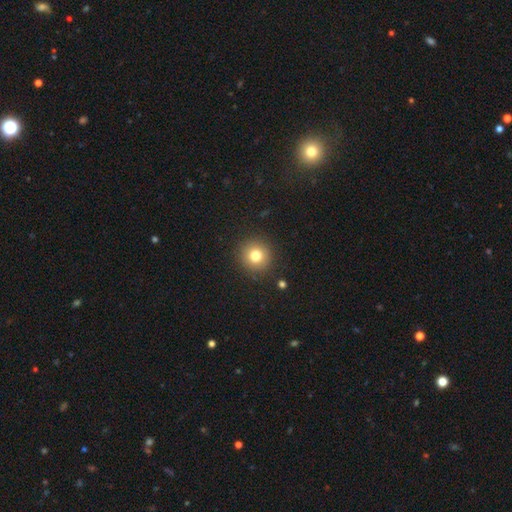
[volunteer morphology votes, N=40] This is clearly a smooth galaxy (88%). How rounded: clearly round (97%). Merging: clearly none (84%).